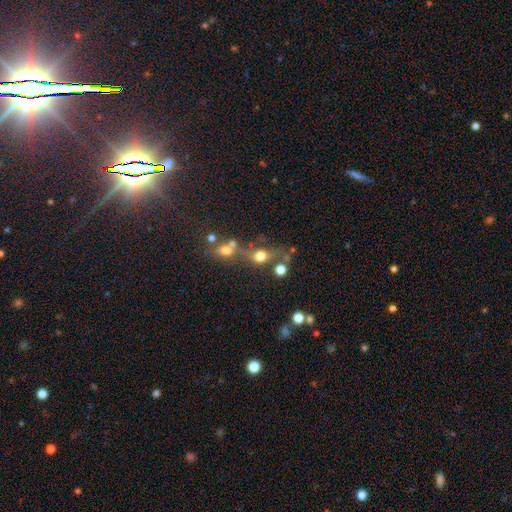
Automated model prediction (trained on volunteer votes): This is likely a star or artifact rather than a galaxy (68%).